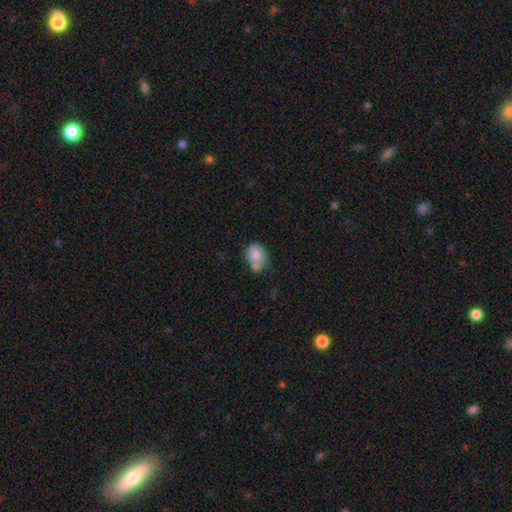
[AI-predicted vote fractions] Morphology: type=smooth (77%); roundness=in between (59%); merging=none (37%).